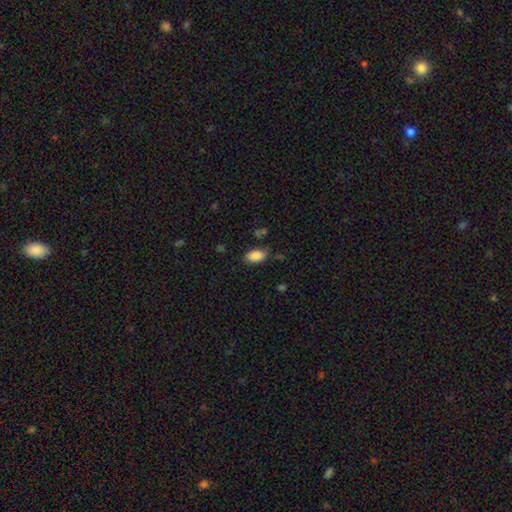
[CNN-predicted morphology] type=smooth (88%); roundness=in between (93%); merging=none (75%).